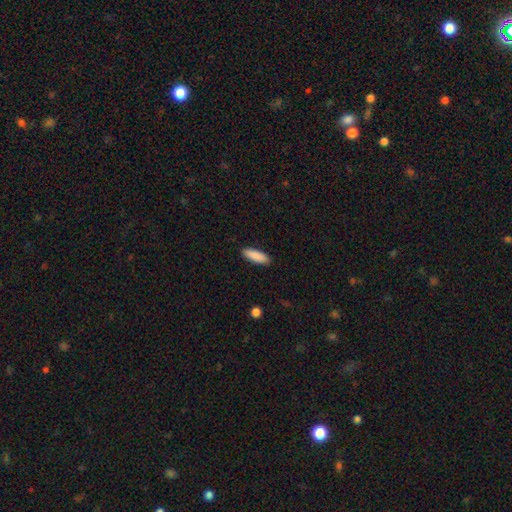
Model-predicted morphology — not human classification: smooth_or_featured: smooth (p=0.89) [alt: star or artifact p=0.06]
how_rounded: in between (p=0.52) [alt: cigar-shaped p=0.47]
merging: none (p=0.90) [alt: minor disturbance p=0.08]